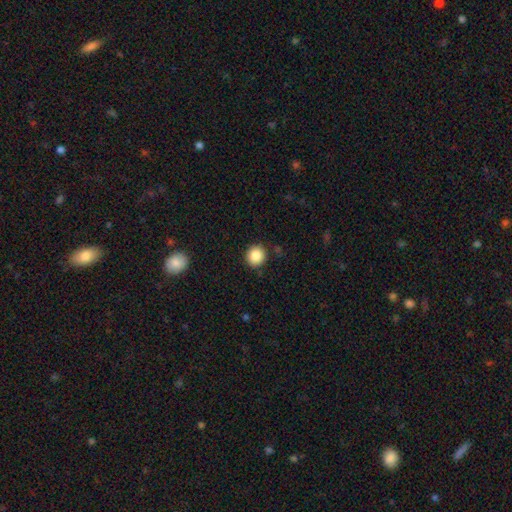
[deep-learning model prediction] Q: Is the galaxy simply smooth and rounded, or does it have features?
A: smooth — 87%.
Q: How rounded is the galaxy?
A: round — 90%.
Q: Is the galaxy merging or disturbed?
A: none — 88%.